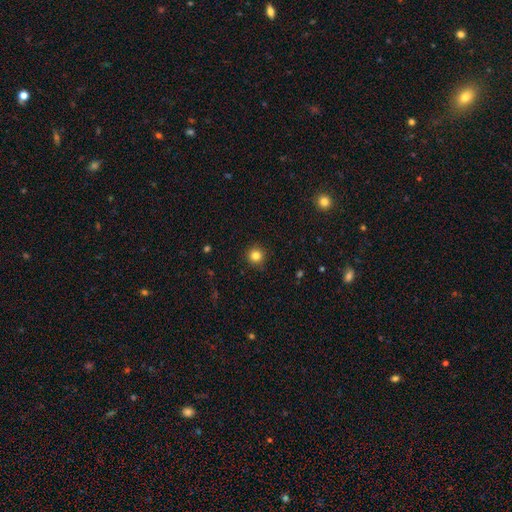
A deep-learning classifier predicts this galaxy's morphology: Smooth or featured?
  - smooth: 83% *
  - star or artifact: 12%
  - featured or disk: 5%
How rounded?
  - round: 95% *
  - in between: 4%
  - cigar-shaped: 1%
Merging?
  - none: 91% *
  - minor disturbance: 6%
  - major disturbance: 2%
  - merger: 1%